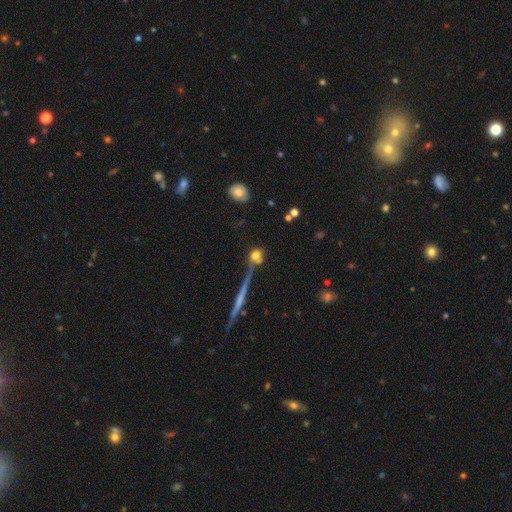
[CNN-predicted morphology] The model was most divided on "merging": none: 56%, merger: 23%, minor disturbance: 13%, major disturbance: 8%. More confident: how rounded — round (71%); smooth or featured — smooth (67%).